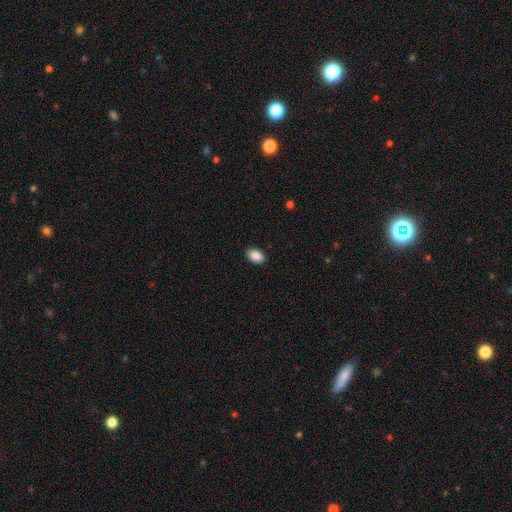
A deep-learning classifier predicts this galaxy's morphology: This is clearly a smooth galaxy (89%). How rounded: clearly in between (88%). Merging: clearly none (89%).